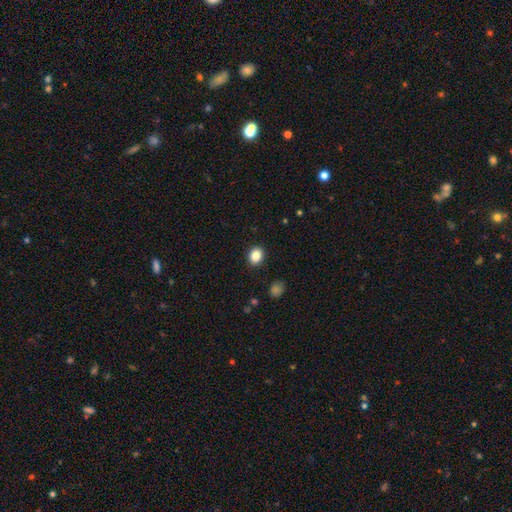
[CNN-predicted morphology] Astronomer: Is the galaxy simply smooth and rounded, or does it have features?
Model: smooth — 86%.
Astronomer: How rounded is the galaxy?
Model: round — 54% (runner-up: in between, 45%).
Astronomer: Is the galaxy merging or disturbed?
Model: none — 90%.